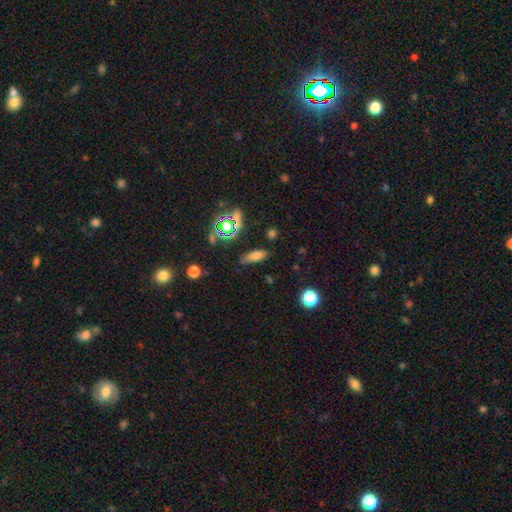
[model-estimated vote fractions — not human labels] Q: Smooth or featured?
A: smooth (70%); runner-up: star or artifact (19%)
Q: How rounded?
A: in between (62%); runner-up: cigar-shaped (32%)
Q: Merging?
A: none (73%); runner-up: minor disturbance (18%)